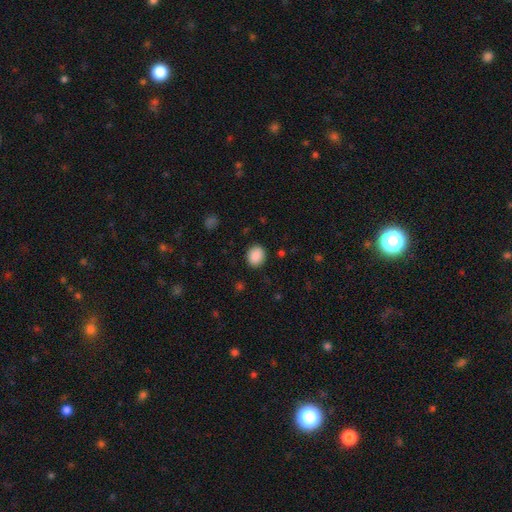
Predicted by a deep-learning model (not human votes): Overall: smooth (89%). How rounded: round (59%; in between 40%). Merging: none (88%).